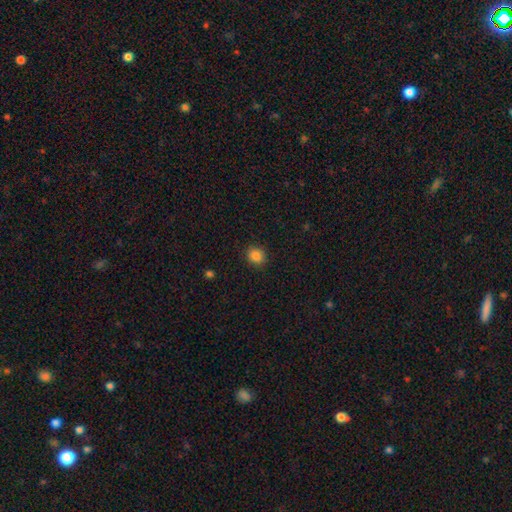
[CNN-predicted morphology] Smooth or featured: smooth — 86% (star or artifact — 11%)
How rounded: round — 75% (in between — 24%)
Merging: none — 89% (minor disturbance — 7%)